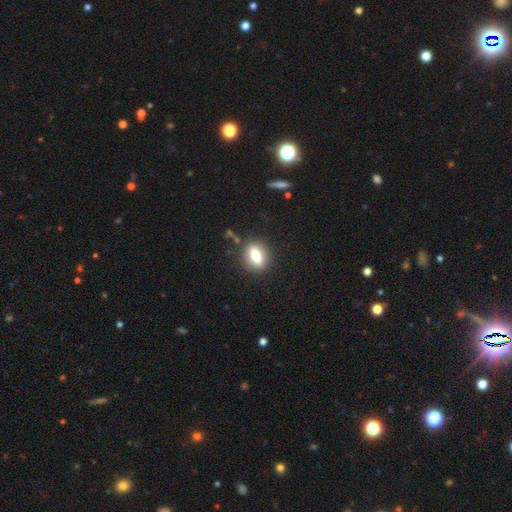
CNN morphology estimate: The model was most divided on "how rounded": in between: 62%, round: 20%, cigar-shaped: 18%. More confident: merging — none (84%); smooth or featured — smooth (68%).